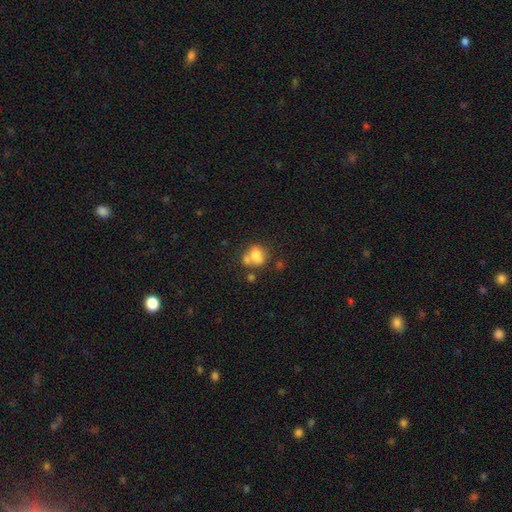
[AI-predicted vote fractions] Morphology: type=smooth (70%); roundness=in between (53%); merging=none (41%).